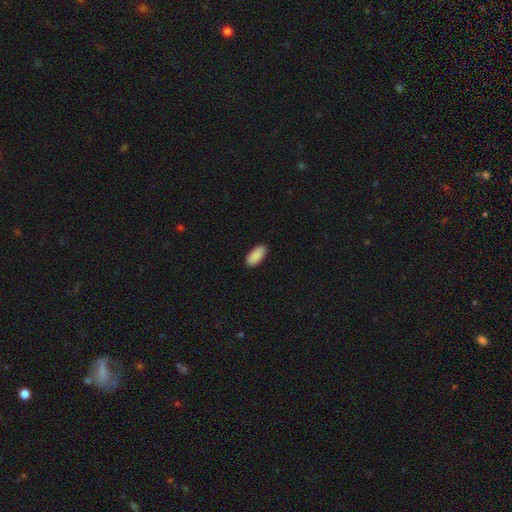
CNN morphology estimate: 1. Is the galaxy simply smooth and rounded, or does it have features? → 90% smooth, 6% star or artifact, 4% featured or disk.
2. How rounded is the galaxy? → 92% in between, 6% cigar-shaped, 2% round.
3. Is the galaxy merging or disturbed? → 90% none, 8% minor disturbance, 2% major disturbance, 1% merger.